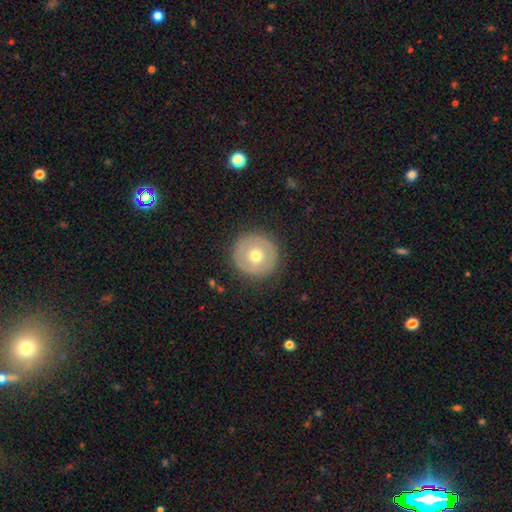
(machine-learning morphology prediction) smooth_or_featured: smooth (p=0.58) [alt: featured or disk p=0.35]
how_rounded: round (p=0.96) [alt: in between p=0.03]
merging: none (p=0.89) [alt: minor disturbance p=0.07]